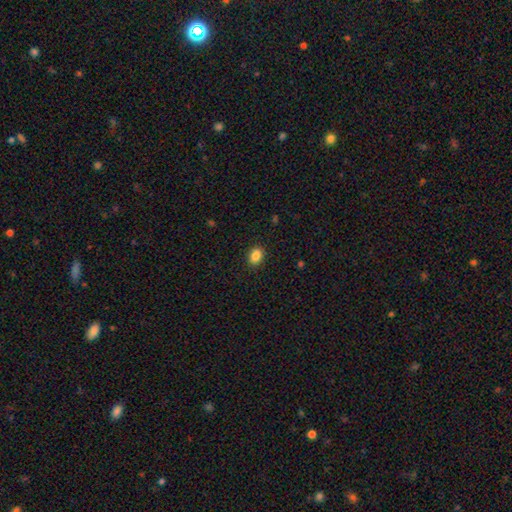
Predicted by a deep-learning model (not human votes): A smooth galaxy with no disk features (86%) that is in between round and cigar-shaped (70%).

Vote fractions:
- Smooth or featured? smooth: 86% / star or artifact: 9% / featured or disk: 4%
- How rounded? in between: 70% / round: 28% / cigar-shaped: 1%
- Merging? none: 89% / minor disturbance: 8% / major disturbance: 2% / merger: 1%